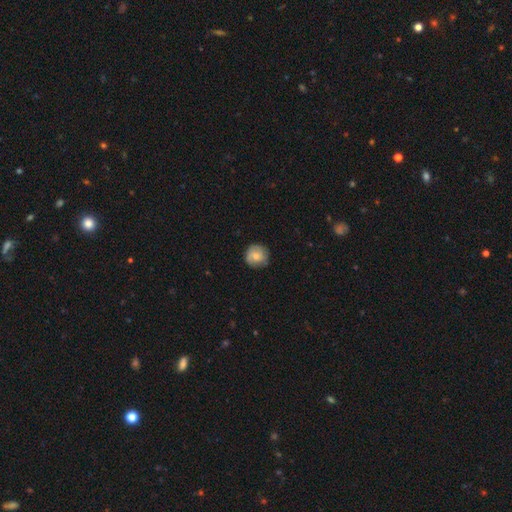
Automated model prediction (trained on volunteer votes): Overall: smooth (63%; featured or disk 30%). How rounded: round (91%). Merging: none (81%).